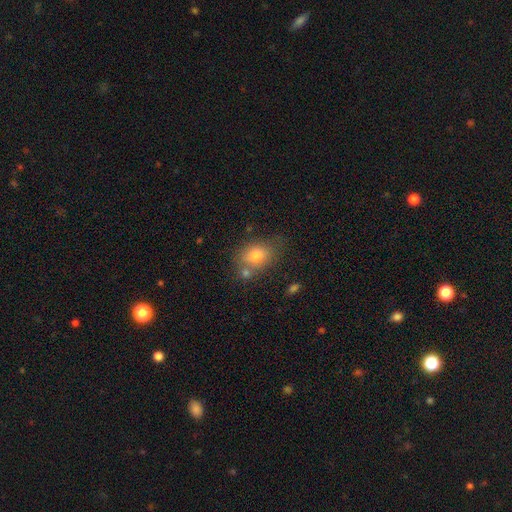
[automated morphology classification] This appears to be a smooth galaxy with no disk features (77%) that is in between round and cigar-shaped (71%). Merging: none (59%).